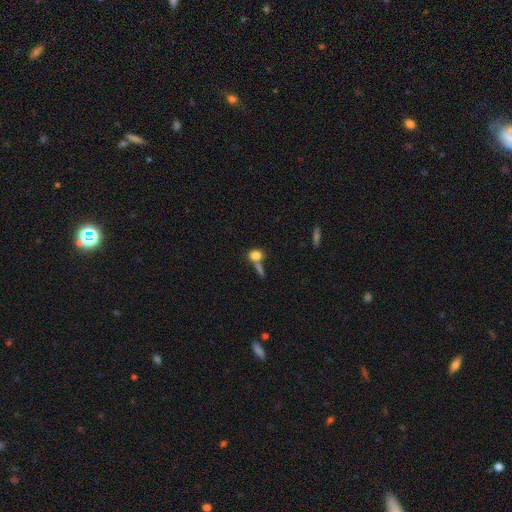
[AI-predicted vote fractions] Smooth or featured? Predicted: smooth (p=0.79). How rounded? Predicted: round (p=0.60). Merging? Predicted: none (p=0.46).